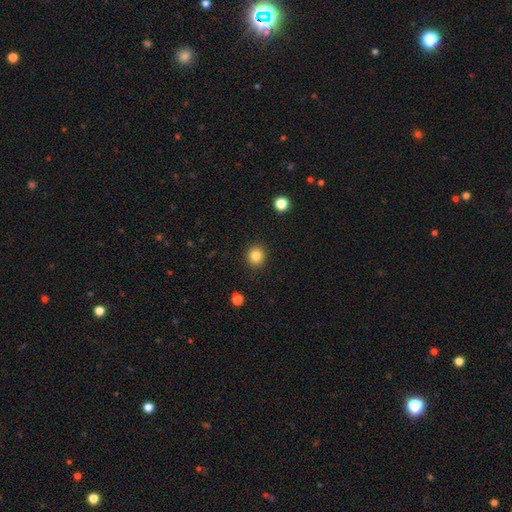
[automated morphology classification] This appears to be a smooth galaxy with no disk features (84%) that is round (87%). Merging: none (91%).